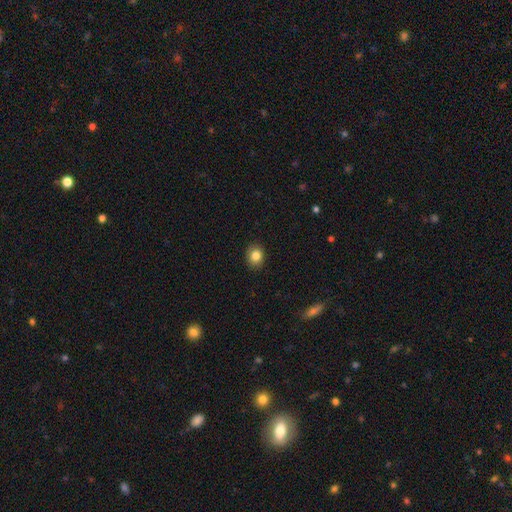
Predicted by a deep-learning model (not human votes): Smooth or featured: smooth — 84% (star or artifact — 10%)
How rounded: round — 61% (in between — 38%)
Merging: none — 89% (minor disturbance — 8%)